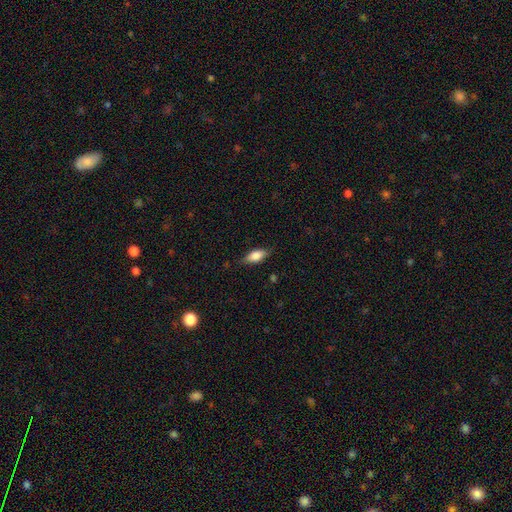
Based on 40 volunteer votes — A smooth galaxy with no disk features (82%) that is in between round and cigar-shaped (79%). Merging: none (78%).